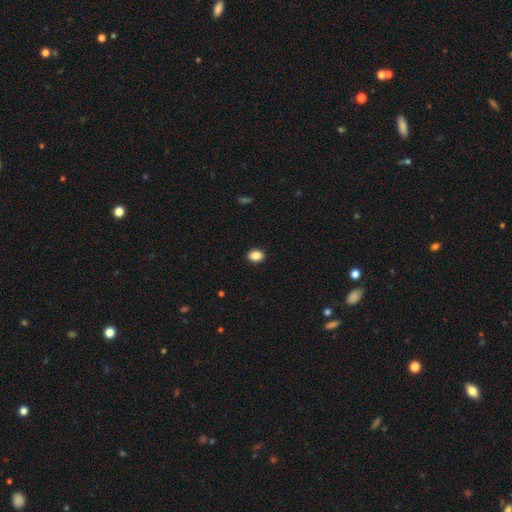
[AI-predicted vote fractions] Smooth or featured: smooth — 87% (star or artifact — 9%)
How rounded: in between — 61% (round — 38%)
Merging: none — 91% (minor disturbance — 6%)